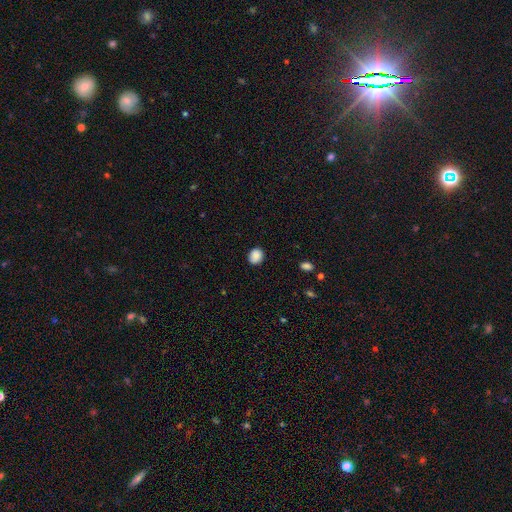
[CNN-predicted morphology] This appears to be a smooth galaxy with no disk features (88%) that is round (65%). Merging: none (87%).